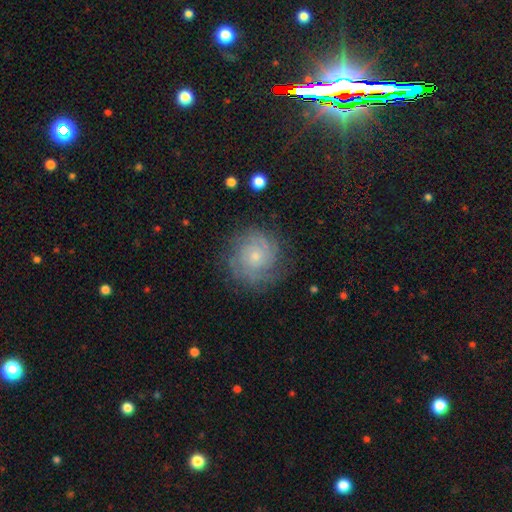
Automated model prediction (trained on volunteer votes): featured or disk 74%, smooth 17%, star or artifact 8%. Down the decision tree: edge-on disk — no (98%); bar — no (77%); spiral arms — yes (94%); spiral arm count — can't tell (32%); spiral winding — tight (71%); bulge size — small (63%); merging — none (80%).